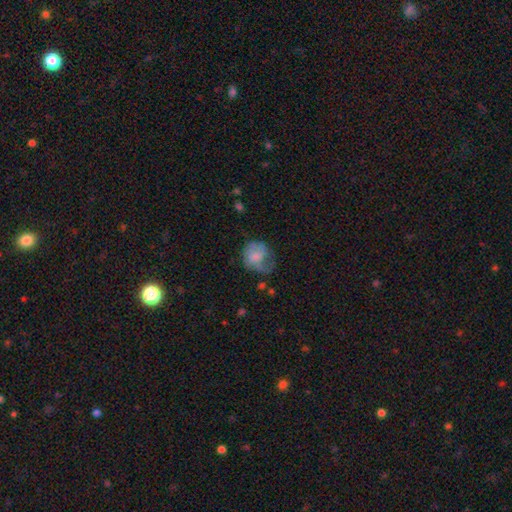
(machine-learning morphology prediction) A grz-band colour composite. It shows a smooth galaxy with no disk features (60%) that is round (65%). Merging: none (35%).